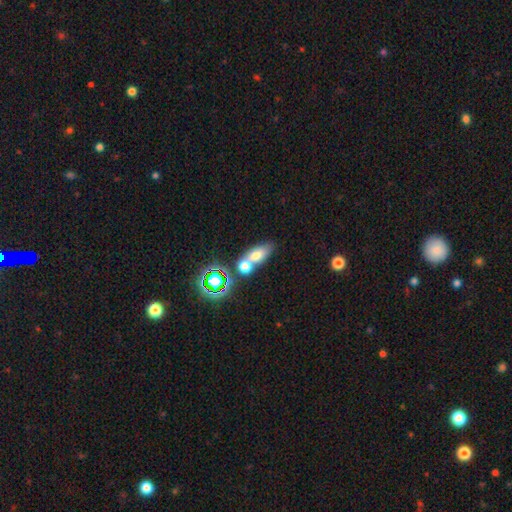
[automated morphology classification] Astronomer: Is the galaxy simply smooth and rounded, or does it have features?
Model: smooth — 66%.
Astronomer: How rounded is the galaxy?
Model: in between — 73%.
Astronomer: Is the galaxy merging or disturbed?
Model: none — 43% (runner-up: merger, 42%).